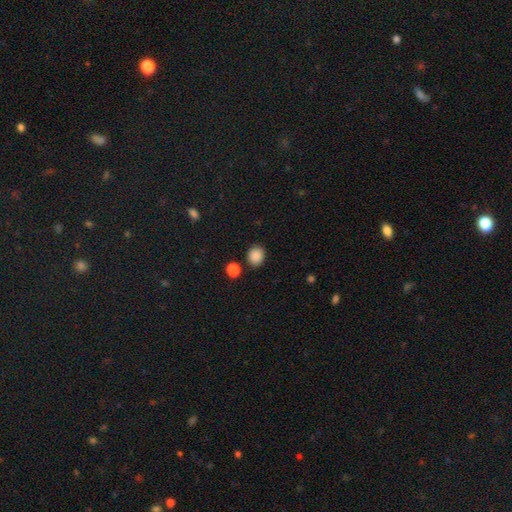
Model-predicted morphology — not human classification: Smooth or featured?
  - smooth: 88% *
  - star or artifact: 9%
  - featured or disk: 3%
How rounded?
  - round: 70% *
  - in between: 30%
  - cigar-shaped: 1%
Merging?
  - none: 85% *
  - minor disturbance: 9%
  - merger: 4%
  - major disturbance: 3%